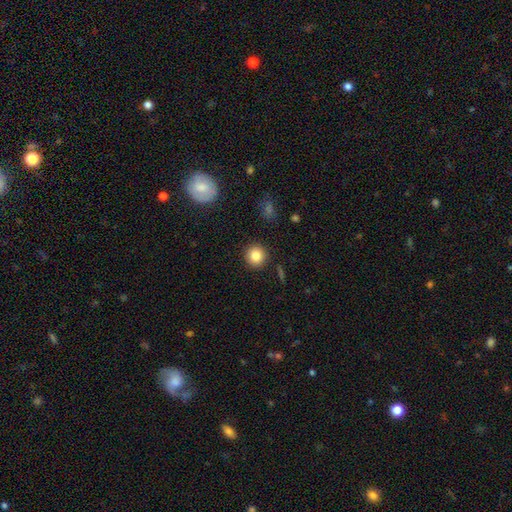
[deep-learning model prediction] This appears to be a smooth galaxy with no disk features (83%) that is round (92%). Merging: none (91%).